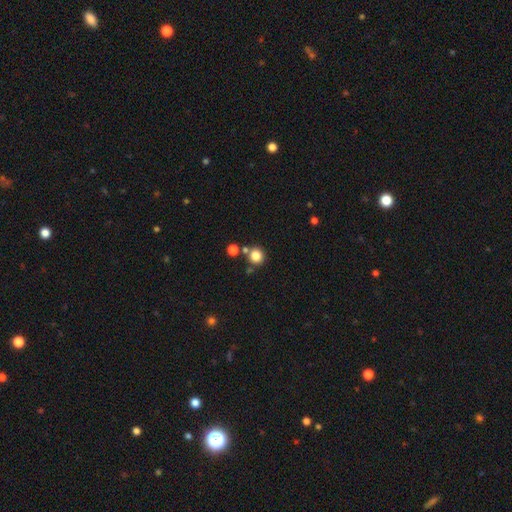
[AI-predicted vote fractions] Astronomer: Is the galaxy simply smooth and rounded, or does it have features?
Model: smooth — 82%.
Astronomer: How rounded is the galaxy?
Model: round — 91%.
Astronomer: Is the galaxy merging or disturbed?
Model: none — 73%.